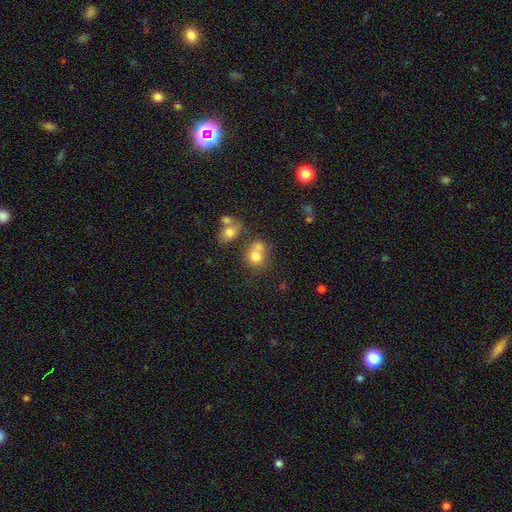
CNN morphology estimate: Smooth or featured: smooth — 75% (featured or disk — 13%)
How rounded: round — 68% (in between — 31%)
Merging: merger — 46% (none — 36%)